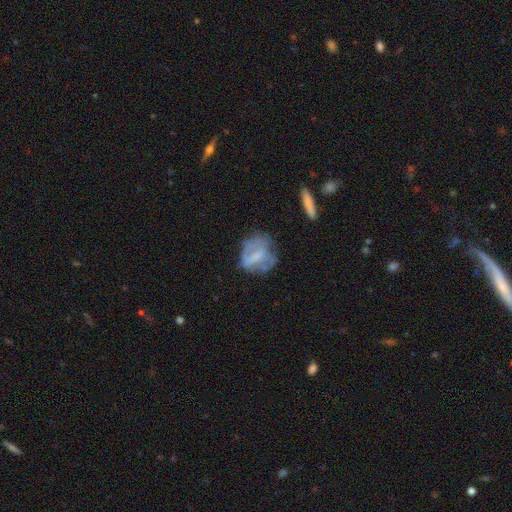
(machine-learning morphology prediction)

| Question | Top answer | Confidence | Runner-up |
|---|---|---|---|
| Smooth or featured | featured or disk | 49% | smooth (42%) |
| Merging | none | 47% | minor disturbance (25%) |